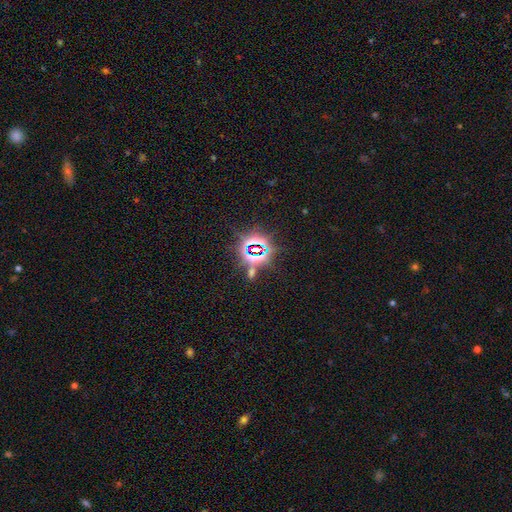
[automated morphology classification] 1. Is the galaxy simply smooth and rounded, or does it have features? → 82% star or artifact, 11% smooth, 7% featured or disk.